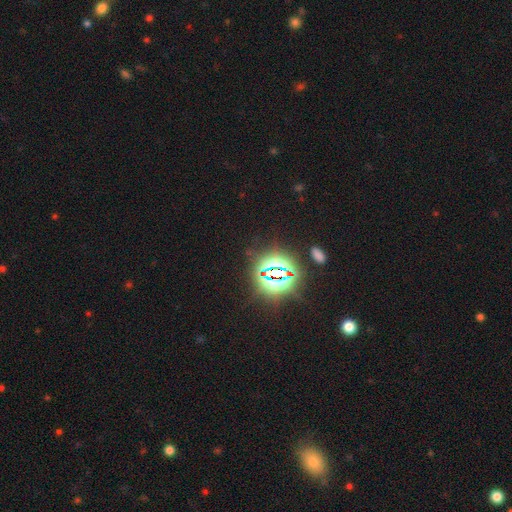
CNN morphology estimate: This appears to be a star or artifact, not a galaxy (83%).